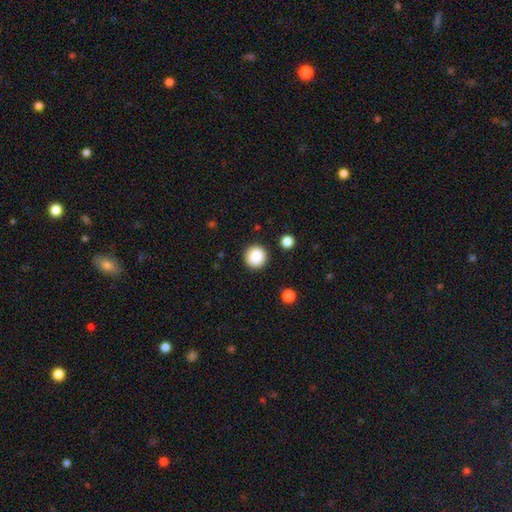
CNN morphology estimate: A smooth galaxy with no disk features (86%) that is round (96%).

Vote fractions:
- Smooth or featured? smooth: 86% / star or artifact: 9% / featured or disk: 5%
- How rounded? round: 96% / in between: 3% / cigar-shaped: 1%
- Merging? none: 91% / minor disturbance: 6% / major disturbance: 2% / merger: 2%